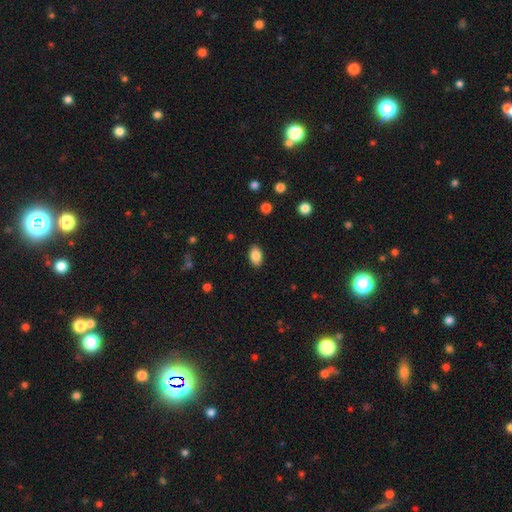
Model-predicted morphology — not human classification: A smooth galaxy with no disk features (87%) that is in between round and cigar-shaped (92%). Merging: none (88%).